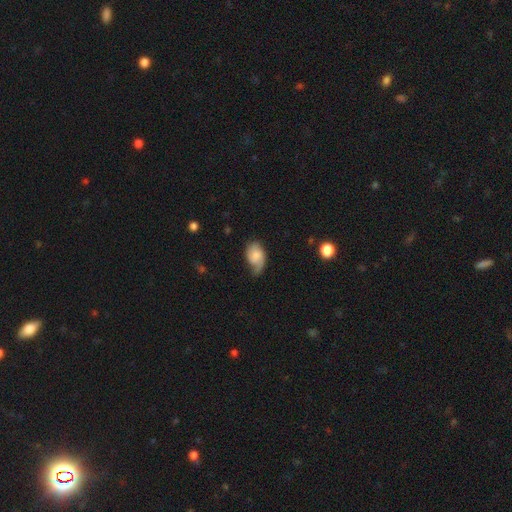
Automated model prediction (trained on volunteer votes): This is possibly a smooth galaxy (54%). How rounded: clearly in between (84%). Merging: marginally minor disturbance (39%).